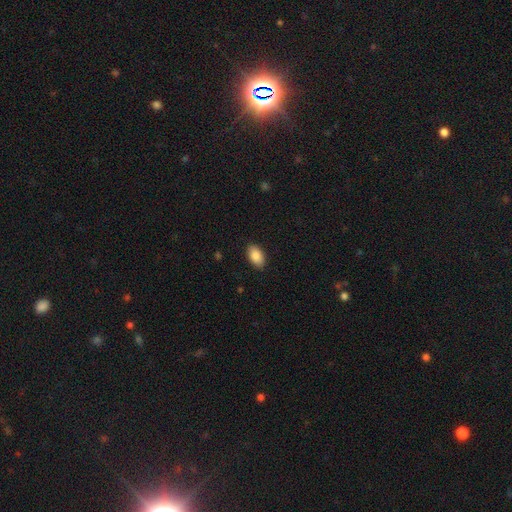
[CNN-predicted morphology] Smooth or featured?
  - smooth: 87% *
  - star or artifact: 7%
  - featured or disk: 6%
How rounded?
  - in between: 92% *
  - round: 6%
  - cigar-shaped: 2%
Merging?
  - none: 88% *
  - minor disturbance: 9%
  - major disturbance: 2%
  - merger: 1%